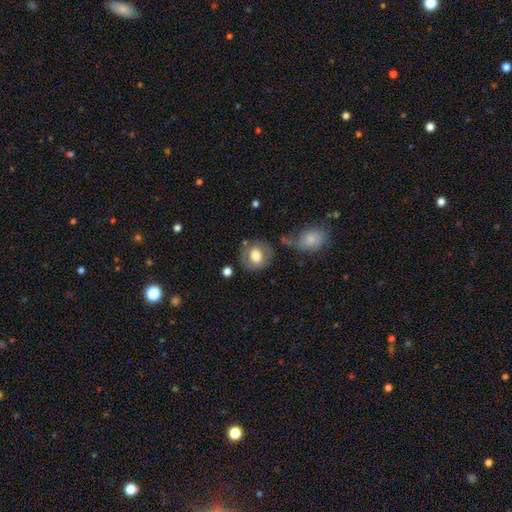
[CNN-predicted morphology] Q: Smooth or featured?
A: smooth (68%); runner-up: featured or disk (25%)
Q: How rounded?
A: round (79%); runner-up: in between (20%)
Q: Merging?
A: none (70%); runner-up: minor disturbance (16%)